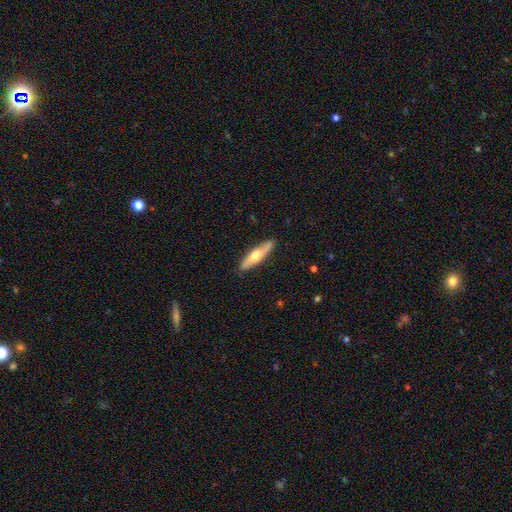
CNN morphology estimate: Smooth or featured?
  - smooth: 49% *
  - featured or disk: 46%
  - star or artifact: 5%
Merging?
  - none: 88% *
  - minor disturbance: 9%
  - major disturbance: 2%
  - merger: 1%